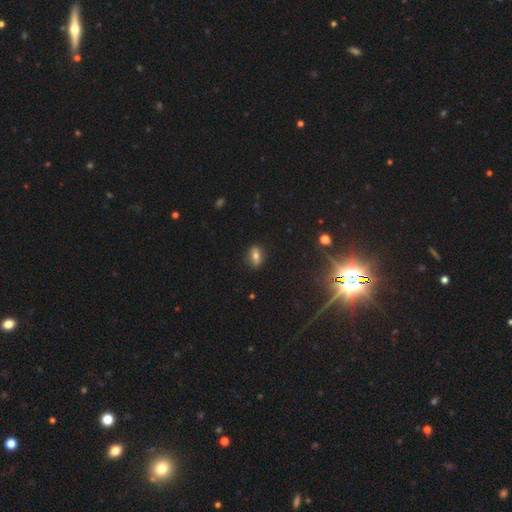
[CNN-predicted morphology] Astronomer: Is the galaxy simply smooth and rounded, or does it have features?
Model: smooth — 68%.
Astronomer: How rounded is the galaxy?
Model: in between — 75%.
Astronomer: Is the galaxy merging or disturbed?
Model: none — 85%.